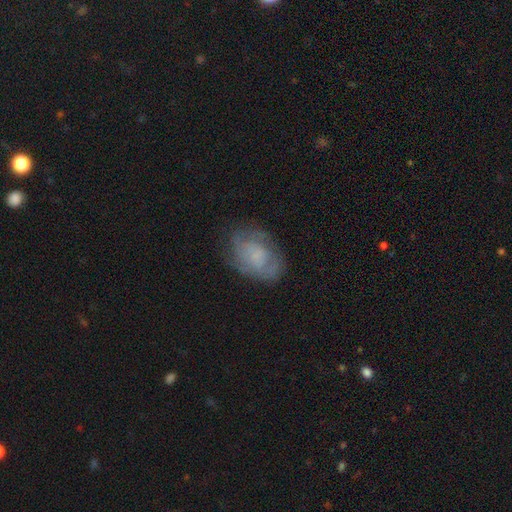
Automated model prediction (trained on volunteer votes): Smooth or featured: featured or disk — 53% (smooth — 39%)
Edge-on disk: no — 96% (yes — 4%)
Bar: no — 78% (weak — 19%)
Spiral arms: yes — 68% (no — 32%)
Bulge size: small — 38% (none — 34%)
Merging: none — 68% (minor disturbance — 21%)